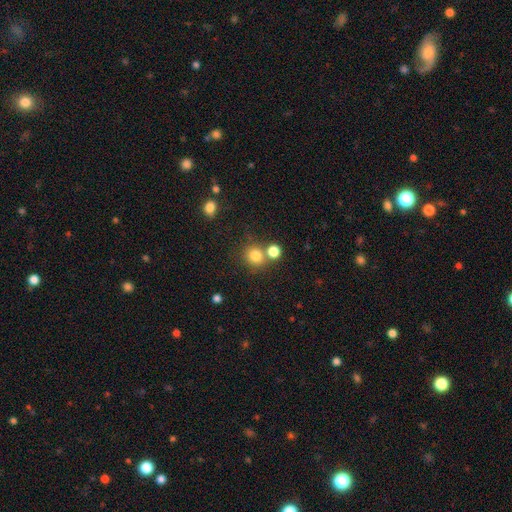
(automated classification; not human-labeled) smooth-or-featured: smooth: 79% | star or artifact: 14% | featured or disk: 7%
  how-rounded: round: 87% | in between: 12% | cigar-shaped: 1%
  merging: none: 64% | merger: 23% | minor disturbance: 9% | major disturbance: 4%